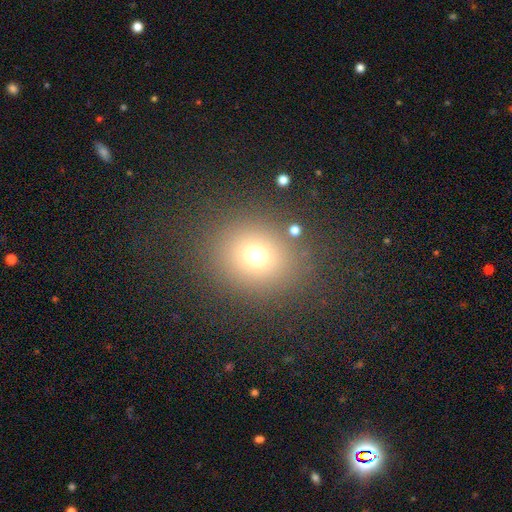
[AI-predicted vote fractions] smooth 69%, star or artifact 21%, featured or disk 10%. Down the decision tree: how rounded — round (78%); merging — none (83%).